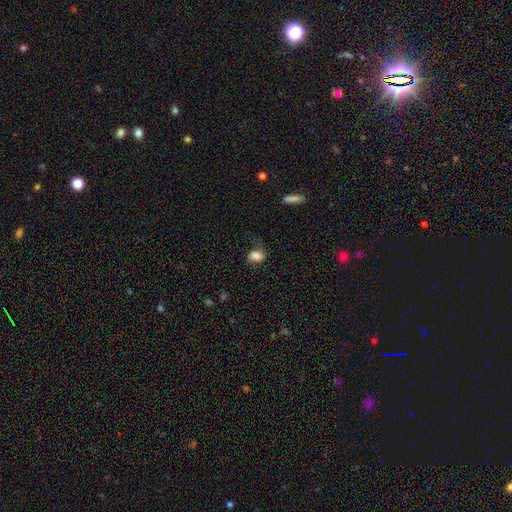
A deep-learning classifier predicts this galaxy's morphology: smooth 79%, featured or disk 12%, star or artifact 9%. Down the decision tree: how rounded — in between (83%); merging — none (55%).